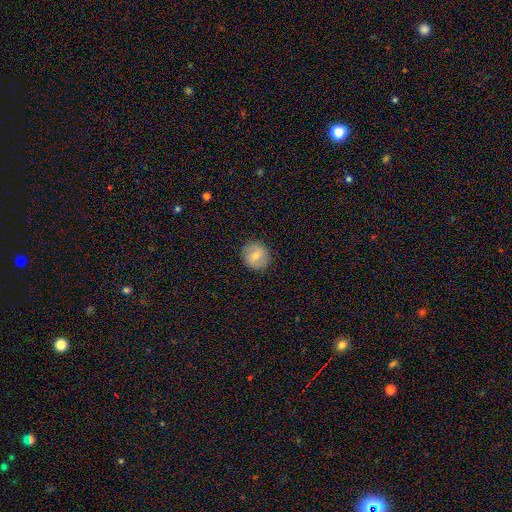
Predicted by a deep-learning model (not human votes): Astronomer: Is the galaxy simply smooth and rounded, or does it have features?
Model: smooth — 74%.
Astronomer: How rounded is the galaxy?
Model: round — 88%.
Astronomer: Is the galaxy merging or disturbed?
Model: none — 89%.